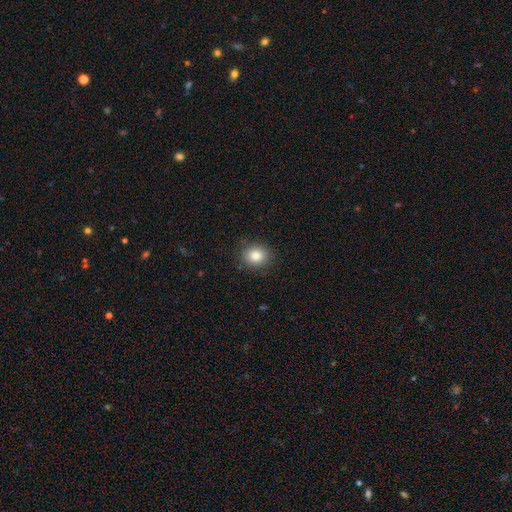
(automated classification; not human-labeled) smooth-or-featured: smooth: 84% | star or artifact: 10% | featured or disk: 6%
  how-rounded: round: 64% | in between: 35% | cigar-shaped: 1%
  merging: none: 86% | minor disturbance: 10% | major disturbance: 3% | merger: 1%